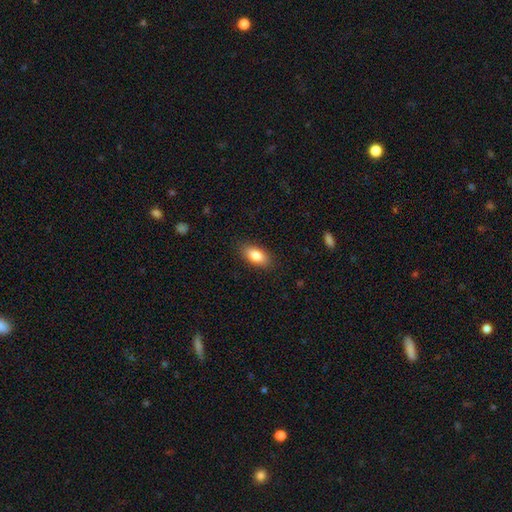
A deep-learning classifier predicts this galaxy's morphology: type=smooth (84%); roundness=in between (89%); merging=none (87%).